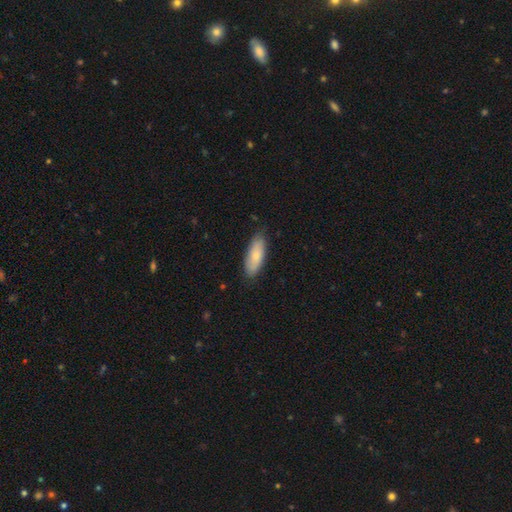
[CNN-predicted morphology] Q: Smooth or featured?
A: smooth (75%); runner-up: featured or disk (20%)
Q: How rounded?
A: in between (73%); runner-up: cigar-shaped (25%)
Q: Merging?
A: none (76%); runner-up: minor disturbance (20%)